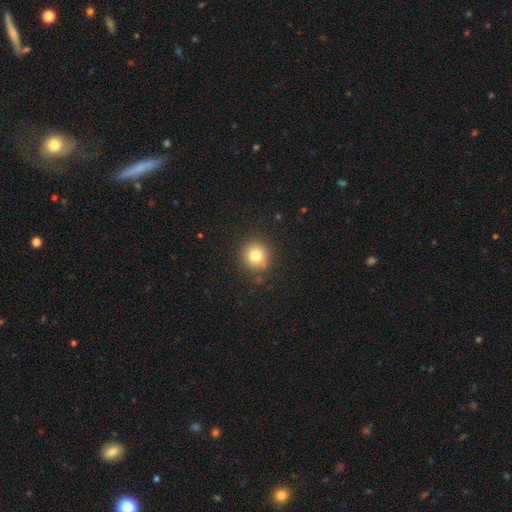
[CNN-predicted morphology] Smooth or featured? Predicted: smooth (p=0.79). How rounded? Predicted: round (p=0.91). Merging? Predicted: none (p=0.86).